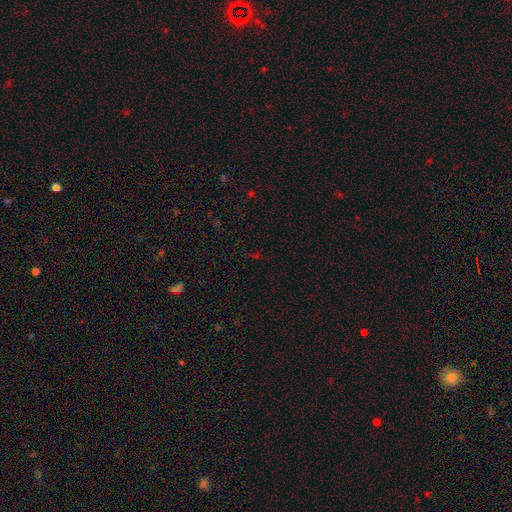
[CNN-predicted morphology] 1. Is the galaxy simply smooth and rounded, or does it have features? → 69% star or artifact, 21% smooth, 9% featured or disk.